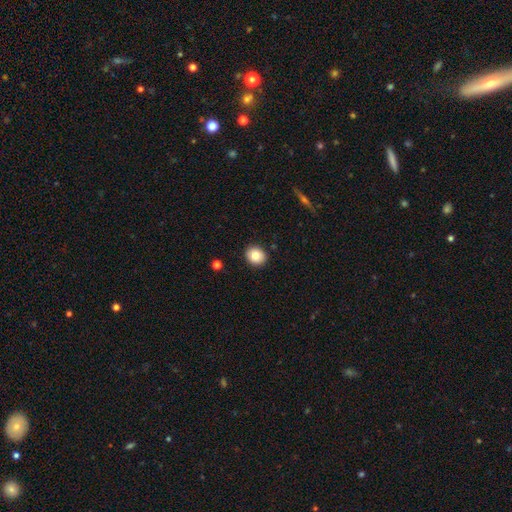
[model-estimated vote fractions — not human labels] Smooth or featured? Predicted: smooth (p=0.84). How rounded? Predicted: round (p=0.73). Merging? Predicted: none (p=0.90).